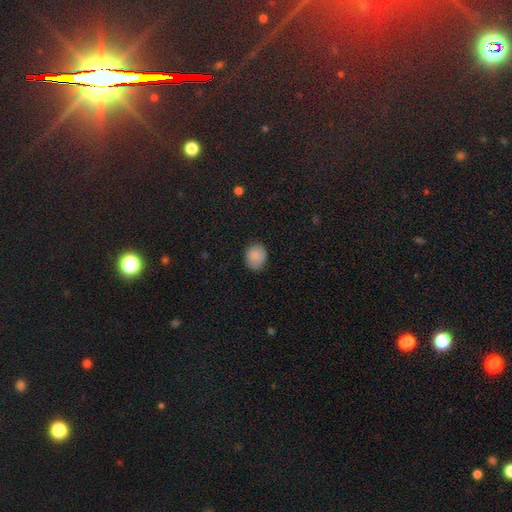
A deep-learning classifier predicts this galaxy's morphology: Smooth or featured: smooth — 85% (star or artifact — 8%)
How rounded: round — 57% (in between — 43%)
Merging: none — 77% (minor disturbance — 18%)